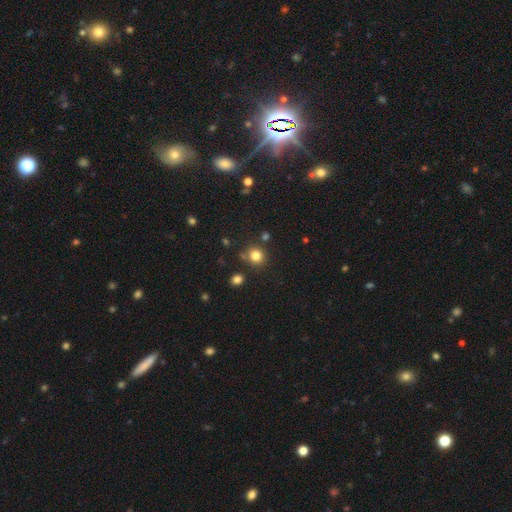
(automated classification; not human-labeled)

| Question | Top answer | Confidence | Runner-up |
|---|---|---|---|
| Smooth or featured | smooth | 81% | star or artifact (13%) |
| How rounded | round | 87% | in between (12%) |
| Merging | none | 80% | minor disturbance (9%) |